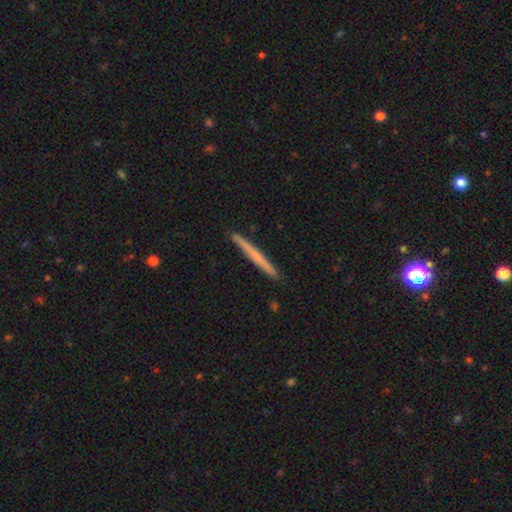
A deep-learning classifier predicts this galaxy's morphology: A smooth galaxy with no disk features (48%). Merging: none (92%).